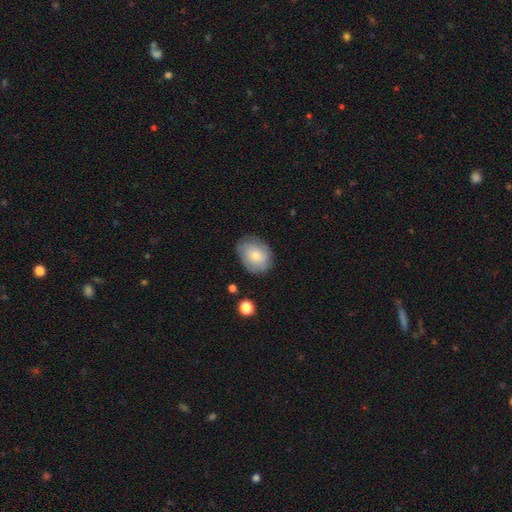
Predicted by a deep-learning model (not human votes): Smooth or featured? Predicted: smooth (p=0.71). How rounded? Predicted: in between (p=0.58). Merging? Predicted: none (p=0.76).